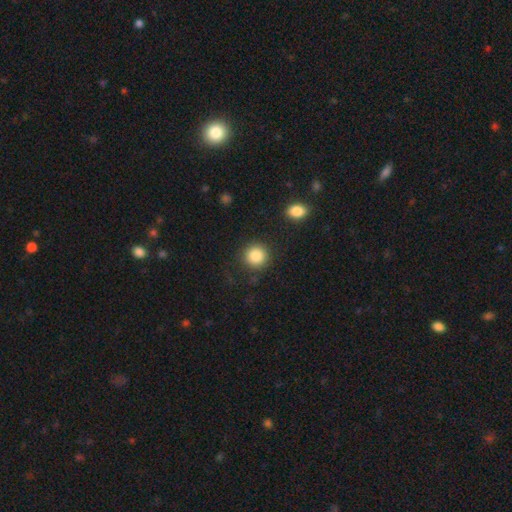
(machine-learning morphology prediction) smooth_or_featured: smooth (p=0.87) [alt: star or artifact p=0.08]
how_rounded: round (p=0.92) [alt: in between p=0.07]
merging: none (p=0.86) [alt: minor disturbance p=0.08]